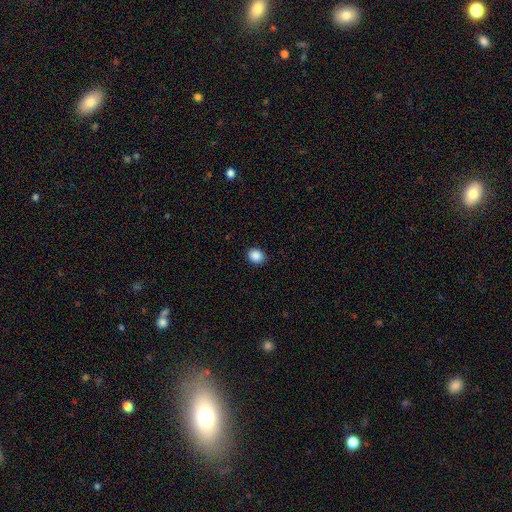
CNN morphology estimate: This is clearly a smooth galaxy (88%). How rounded: likely round (66%). Merging: clearly none (91%).